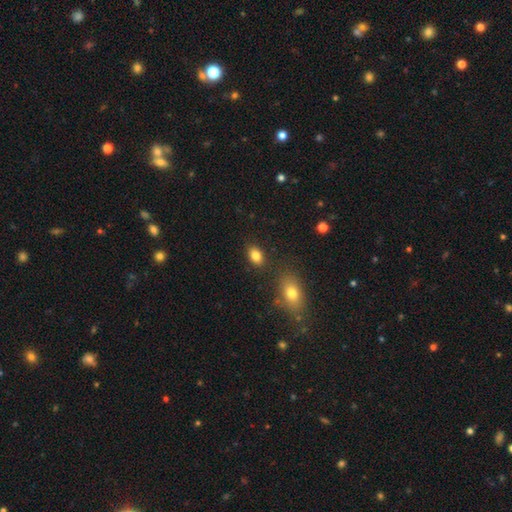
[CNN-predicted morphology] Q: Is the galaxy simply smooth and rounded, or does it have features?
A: smooth — 84%.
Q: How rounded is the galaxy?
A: in between — 84%.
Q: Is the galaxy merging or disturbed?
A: none — 83%.